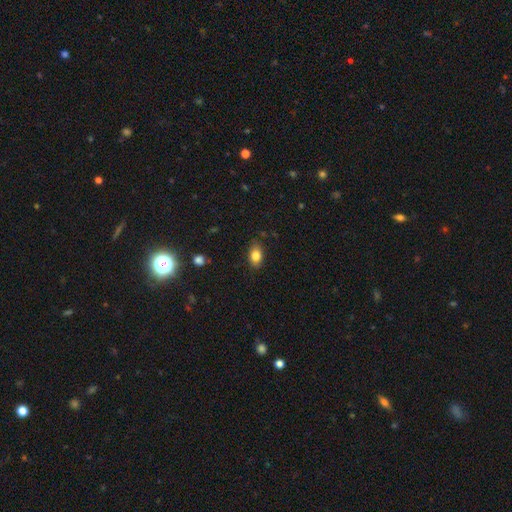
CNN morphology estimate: type=smooth (82%); roundness=in between (85%); merging=none (85%).